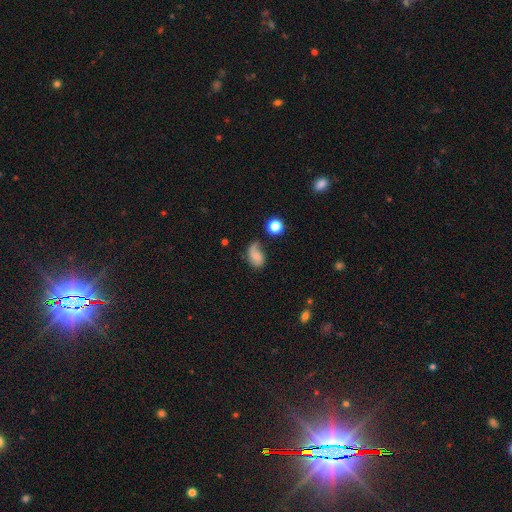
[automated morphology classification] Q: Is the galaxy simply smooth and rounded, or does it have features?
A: featured or disk — 48%.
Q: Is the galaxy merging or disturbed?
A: none — 48%.